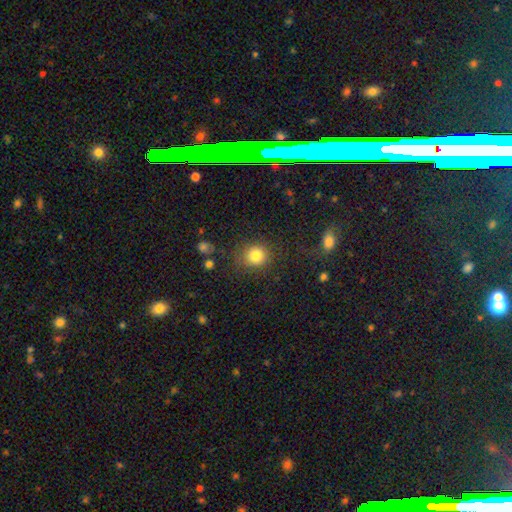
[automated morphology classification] Smooth or featured? smooth (83%)
How rounded? round (83%)
Merging? none (79%)